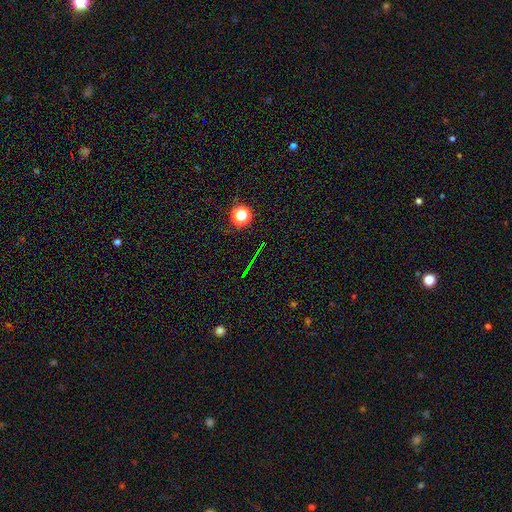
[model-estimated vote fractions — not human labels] Smooth or featured? Predicted: star or artifact (p=0.72).